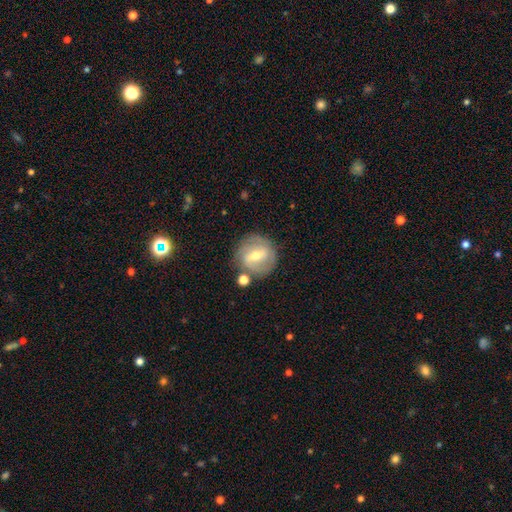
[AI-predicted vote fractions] Q: Smooth or featured?
A: featured or disk (61%); runner-up: smooth (32%)
Q: Edge-on disk?
A: no (94%); runner-up: yes (6%)
Q: Bar?
A: weak (47%); runner-up: strong (37%)
Q: Spiral arms?
A: yes (68%); runner-up: no (32%)
Q: Bulge size?
A: moderate (63%); runner-up: small (32%)
Q: Merging?
A: none (76%); runner-up: minor disturbance (13%)